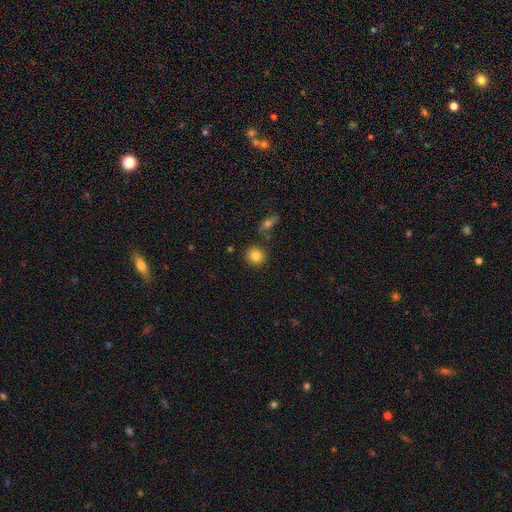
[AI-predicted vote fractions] smooth-or-featured: smooth: 83% | star or artifact: 10% | featured or disk: 7%
  how-rounded: round: 91% | in between: 8% | cigar-shaped: 1%
  merging: none: 86% | minor disturbance: 7% | merger: 5% | major disturbance: 2%